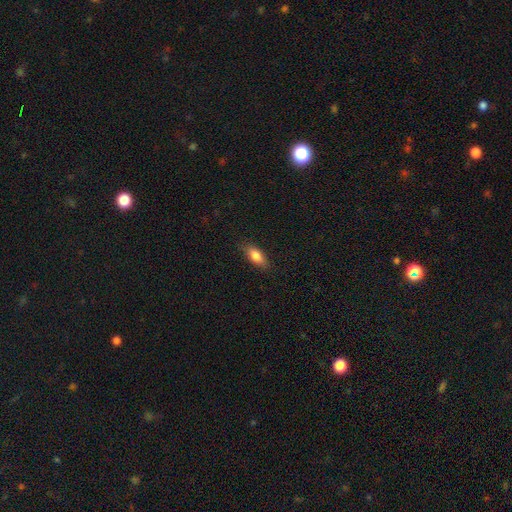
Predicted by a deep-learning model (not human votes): smooth 80%, featured or disk 13%, star or artifact 7%. Down the decision tree: how rounded — in between (77%); merging — none (83%).